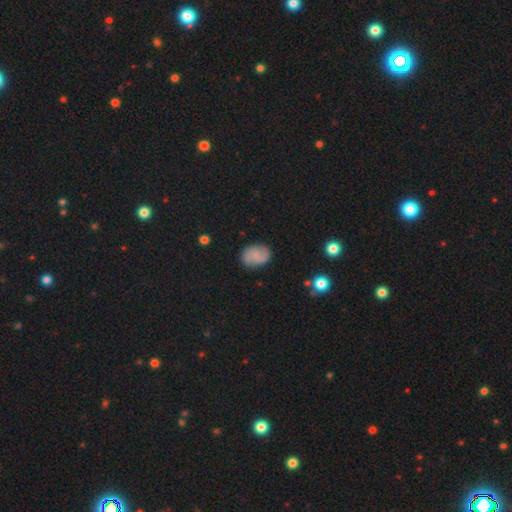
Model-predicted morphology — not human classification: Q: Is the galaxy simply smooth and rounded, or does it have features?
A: smooth — 50%.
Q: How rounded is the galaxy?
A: in between — 60%.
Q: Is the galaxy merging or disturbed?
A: none — 75%.